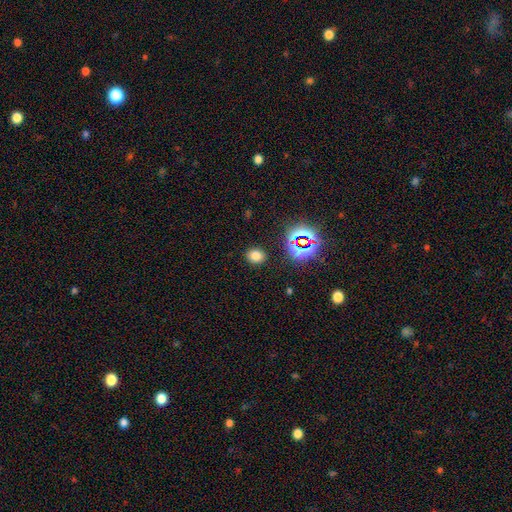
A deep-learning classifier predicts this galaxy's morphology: A smooth galaxy with no disk features (73%) that is round (61%).

Vote fractions:
- Smooth or featured? smooth: 73% / star or artifact: 21% / featured or disk: 6%
- How rounded? round: 61% / in between: 38% / cigar-shaped: 1%
- Merging? none: 88% / minor disturbance: 7% / major disturbance: 3% / merger: 2%